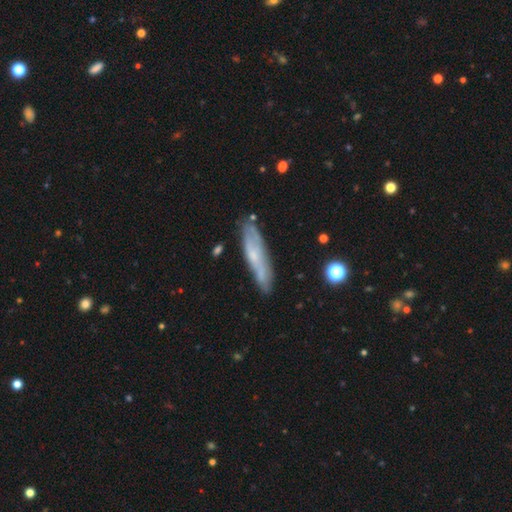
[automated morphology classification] A featured or disk galaxy (52%) viewed edge-on (51%). Merging: none (77%).